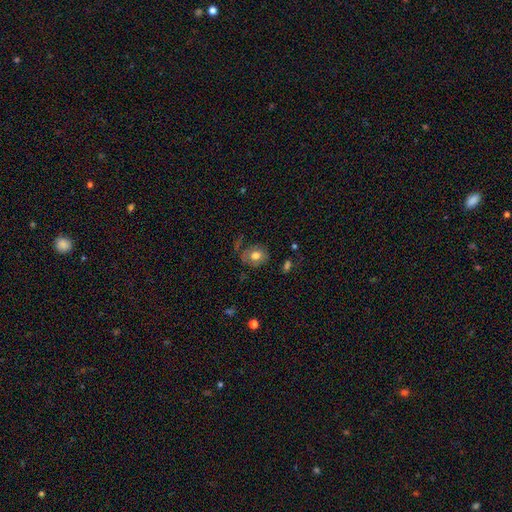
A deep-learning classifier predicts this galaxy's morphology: This appears to be a smooth galaxy with no disk features (68%) that is round (54%). Merging: none (68%).